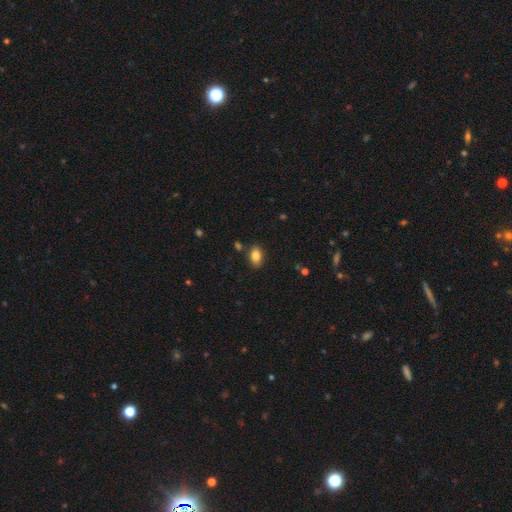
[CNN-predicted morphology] This is clearly a smooth galaxy (84%). How rounded: clearly in between (89%). Merging: clearly none (83%).